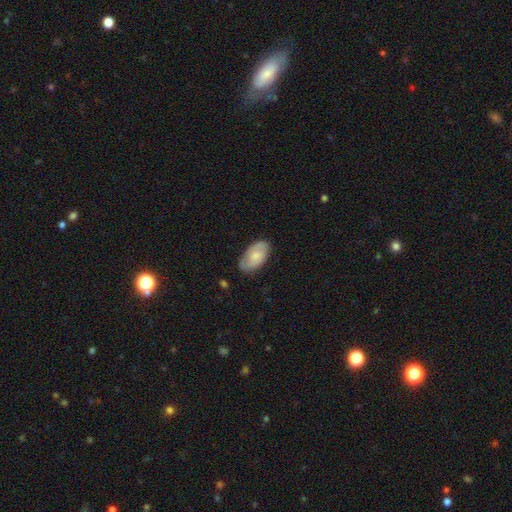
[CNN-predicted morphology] Smooth or featured: smooth — 57% (featured or disk — 37%)
How rounded: in between — 94% (round — 4%)
Merging: none — 75% (minor disturbance — 20%)